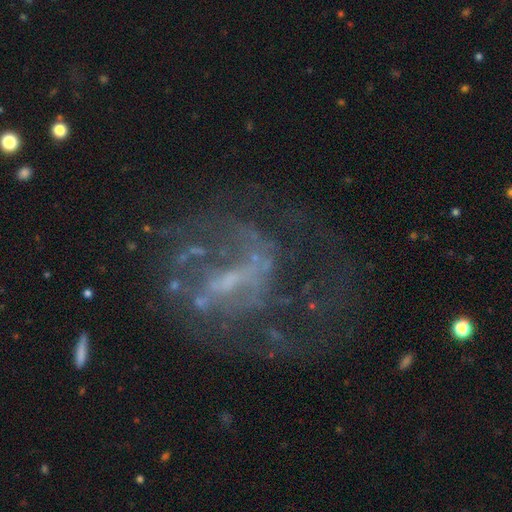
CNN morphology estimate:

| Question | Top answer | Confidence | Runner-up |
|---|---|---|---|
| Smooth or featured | featured or disk | 74% | star or artifact (15%) |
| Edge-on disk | no | 97% | yes (3%) |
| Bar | weak | 41% | no (37%) |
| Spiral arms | yes | 59% | no (41%) |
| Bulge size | small | 42% | none (33%) |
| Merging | none | 44% | major disturbance (35%) |